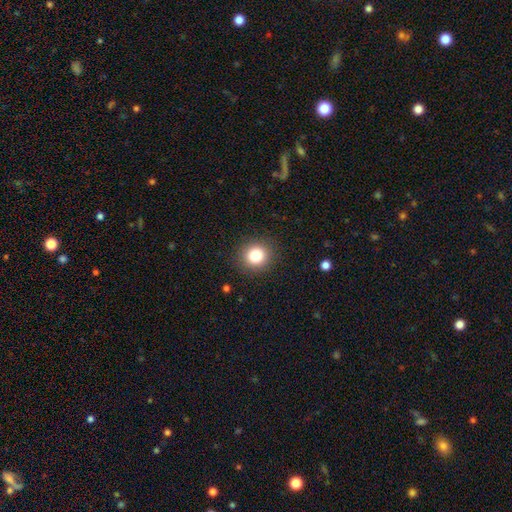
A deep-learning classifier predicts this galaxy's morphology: smooth-or-featured: smooth: 82% | star or artifact: 11% | featured or disk: 7%
  how-rounded: round: 90% | in between: 9% | cigar-shaped: 1%
  merging: none: 90% | minor disturbance: 6% | major disturbance: 2% | merger: 1%